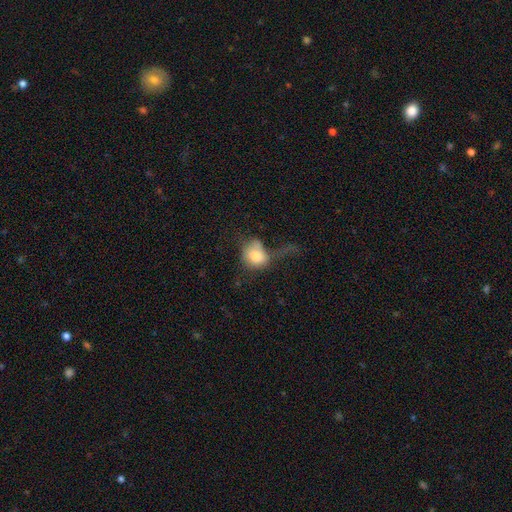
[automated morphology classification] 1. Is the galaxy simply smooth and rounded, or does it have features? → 73% smooth, 18% featured or disk, 9% star or artifact.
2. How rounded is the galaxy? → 57% round, 42% in between, 1% cigar-shaped.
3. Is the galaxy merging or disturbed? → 44% major disturbance, 24% none, 22% minor disturbance, 11% merger.